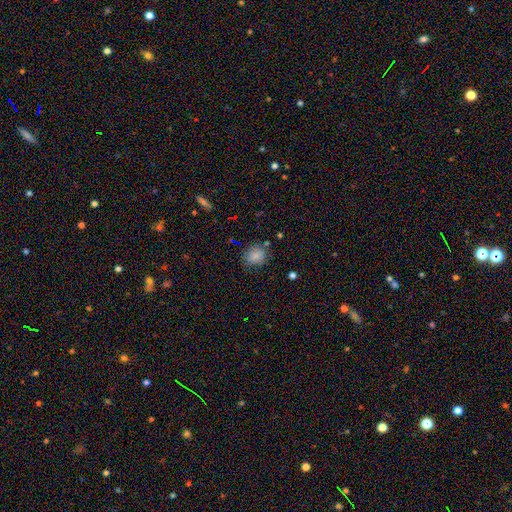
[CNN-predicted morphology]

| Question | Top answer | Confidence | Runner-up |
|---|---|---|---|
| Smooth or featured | smooth | 83% | star or artifact (11%) |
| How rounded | round | 71% | in between (28%) |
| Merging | none | 78% | minor disturbance (15%) |